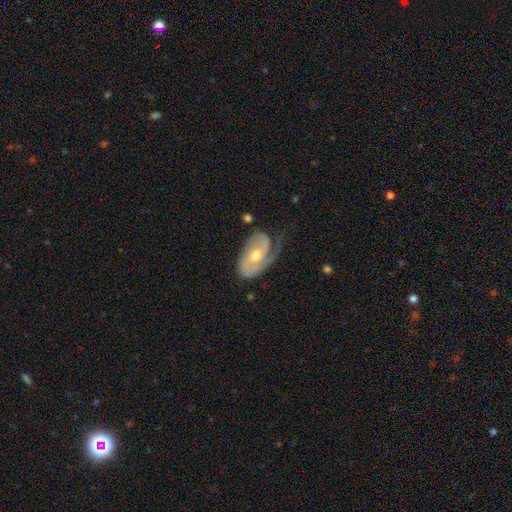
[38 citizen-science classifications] A featured or disk galaxy (84%) with no bar (71%), 1 (56%) tight (44%) spiral arms (87%) and a moderate central bulge (71%).

Vote fractions:
- Smooth or featured? featured or disk: 84% / smooth: 13% / star or artifact: 3%
- Edge-on disk? no: 97% / yes: 3%
- Bar? no: 71% / weak: 23% / strong: 6%
- Spiral arms? yes: 87% / no: 13%
- Spiral winding? tight: 44% / medium: 37% / loose: 19%
- Spiral arm count? 1: 56% / 2: 22% / can't tell: 22% / 3: 0% / 4: 0% / more than 4: 0%
- Bulge size? moderate: 71% / small: 26% / large: 3% / dominant: 0% / none: 0%
- Merging? none: 59% / major disturbance: 27% / minor disturbance: 14% / merger: 0%